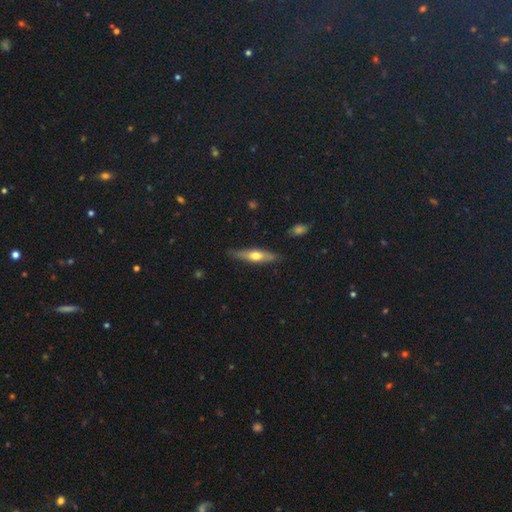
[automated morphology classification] smooth-or-featured: smooth: 47% (tied) | featured or disk: 47% (tied) | star or artifact: 6%
  merging: none: 82% | minor disturbance: 14% | major disturbance: 3% | merger: 1%